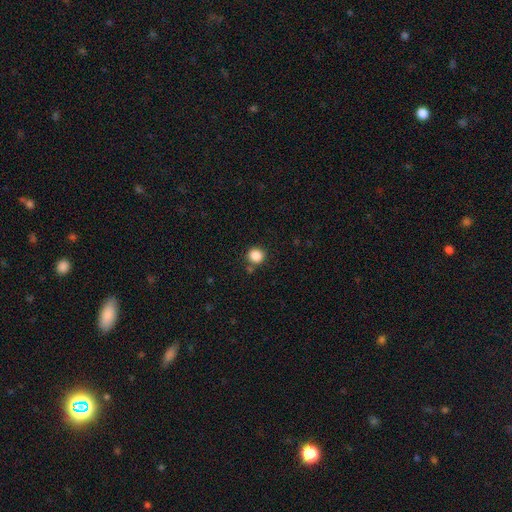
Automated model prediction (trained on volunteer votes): A smooth galaxy with no disk features (87%) that is round (84%).

Vote fractions:
- Smooth or featured? smooth: 87% / star or artifact: 10% / featured or disk: 3%
- How rounded? round: 84% / in between: 15% / cigar-shaped: 1%
- Merging? none: 80% / minor disturbance: 11% / merger: 6% / major disturbance: 3%